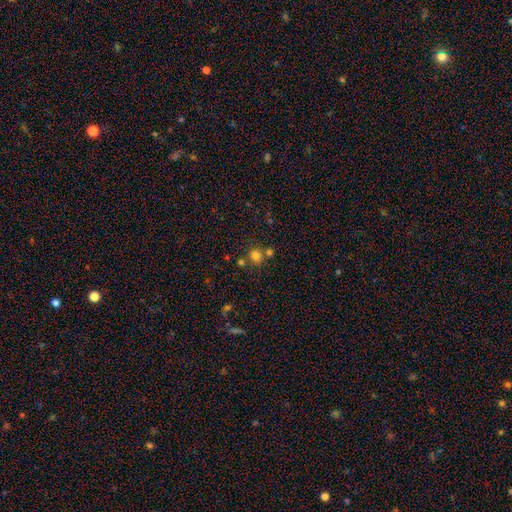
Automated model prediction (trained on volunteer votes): Morphology: type=smooth (76%); roundness=round (72%); merging=none (63%).